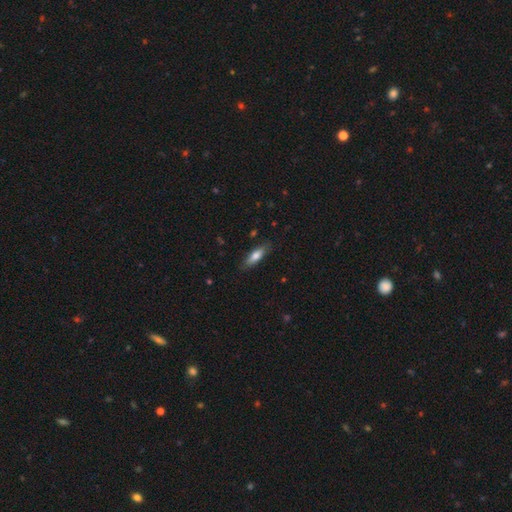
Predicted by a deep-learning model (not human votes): Morphology: type=smooth (72%); roundness=cigar-shaped (52%); merging=none (84%).